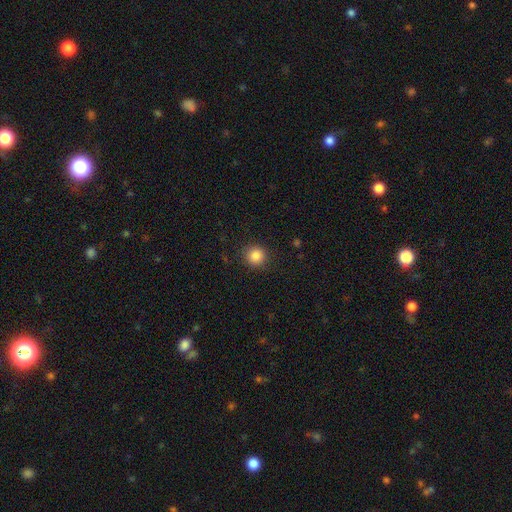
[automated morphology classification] smooth-or-featured: smooth: 86% | star or artifact: 10% | featured or disk: 4%
  how-rounded: round: 92% | in between: 7% | cigar-shaped: 1%
  merging: none: 89% | minor disturbance: 7% | major disturbance: 3% | merger: 1%